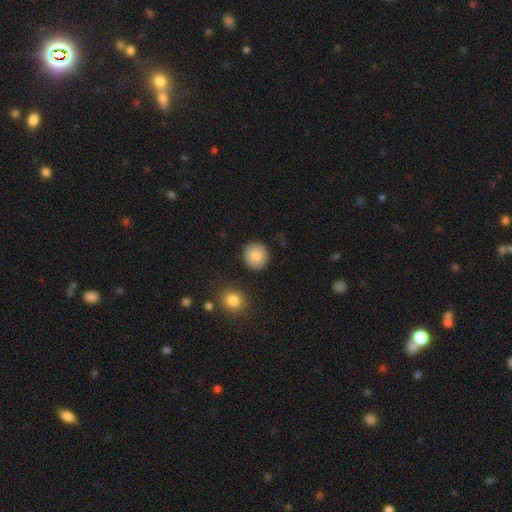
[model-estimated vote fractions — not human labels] Smooth or featured: smooth — 85% (star or artifact — 8%)
How rounded: round — 90% (in between — 9%)
Merging: none — 90% (minor disturbance — 6%)